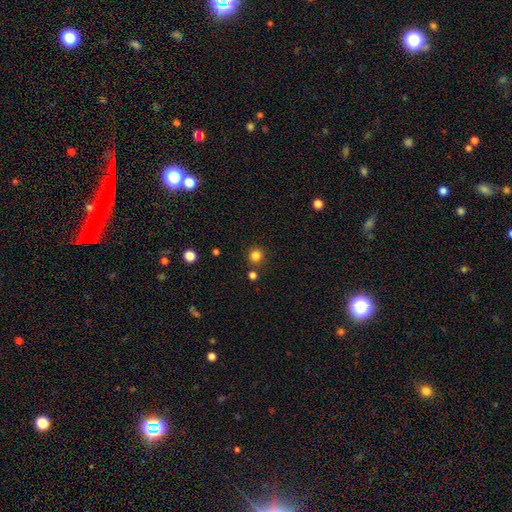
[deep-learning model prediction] smooth-or-featured: smooth: 82% | star or artifact: 13% | featured or disk: 4%
  how-rounded: round: 93% | in between: 6% | cigar-shaped: 1%
  merging: none: 85% | minor disturbance: 7% | merger: 6% | major disturbance: 2%